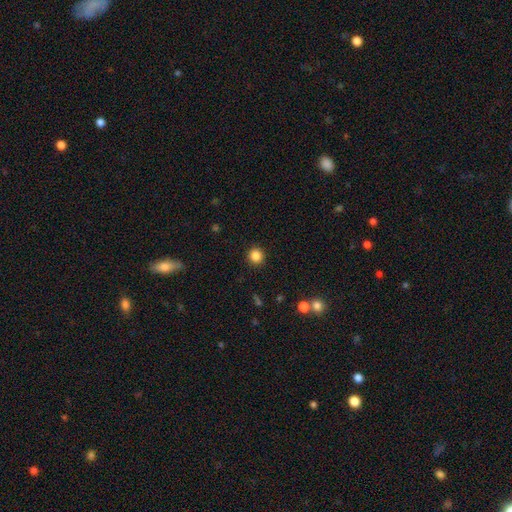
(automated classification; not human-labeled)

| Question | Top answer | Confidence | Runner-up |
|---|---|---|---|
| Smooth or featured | smooth | 85% | star or artifact (11%) |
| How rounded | round | 94% | in between (5%) |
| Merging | none | 92% | minor disturbance (5%) |